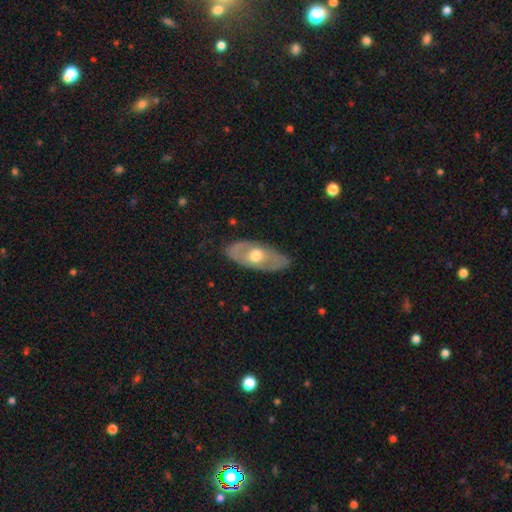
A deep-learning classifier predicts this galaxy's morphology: This appears to be a featured or disk galaxy (55%). Merging: none (81%).